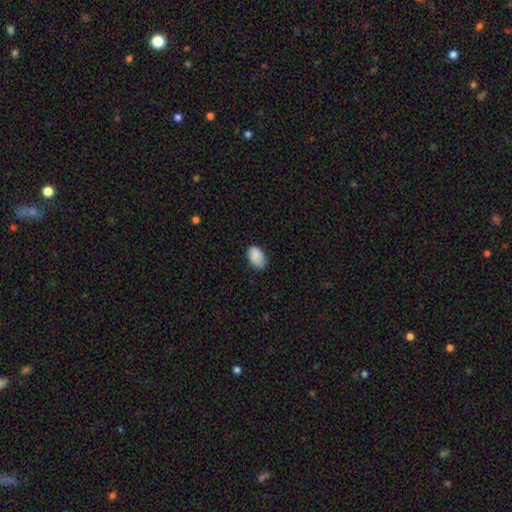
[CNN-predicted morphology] A smooth galaxy with no disk features (87%) that is in between round and cigar-shaped (92%).

Vote fractions:
- Smooth or featured? smooth: 87% / star or artifact: 7% / featured or disk: 5%
- How rounded? in between: 92% / round: 7% / cigar-shaped: 1%
- Merging? none: 75% / minor disturbance: 21% / major disturbance: 3% / merger: 1%